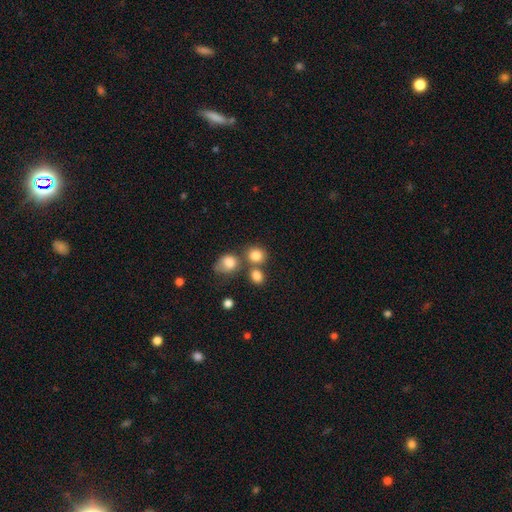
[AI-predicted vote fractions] smooth_or_featured: smooth (p=0.81) [alt: star or artifact p=0.11]
how_rounded: round (p=0.80) [alt: in between p=0.19]
merging: none (p=0.57) [alt: merger p=0.29]